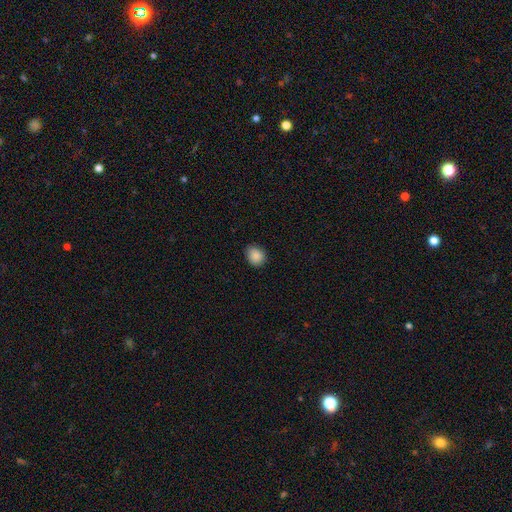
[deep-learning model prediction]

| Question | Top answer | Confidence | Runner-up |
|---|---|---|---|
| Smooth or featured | smooth | 88% | star or artifact (9%) |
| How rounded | round | 60% | in between (39%) |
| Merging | none | 85% | minor disturbance (12%) |